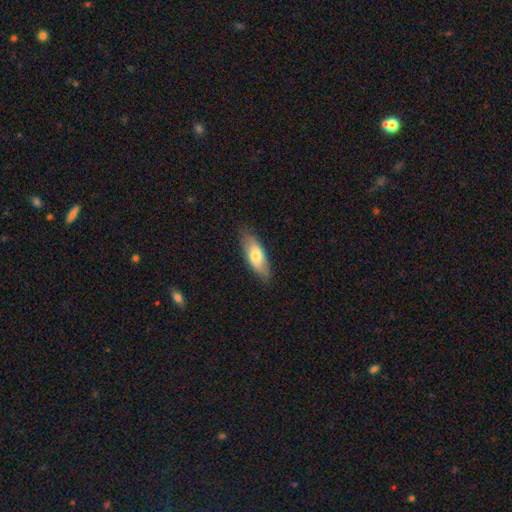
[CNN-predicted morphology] smooth_or_featured: smooth (p=0.69) [alt: featured or disk p=0.25]
how_rounded: in between (p=0.71) [alt: cigar-shaped p=0.27]
merging: none (p=0.82) [alt: minor disturbance p=0.14]